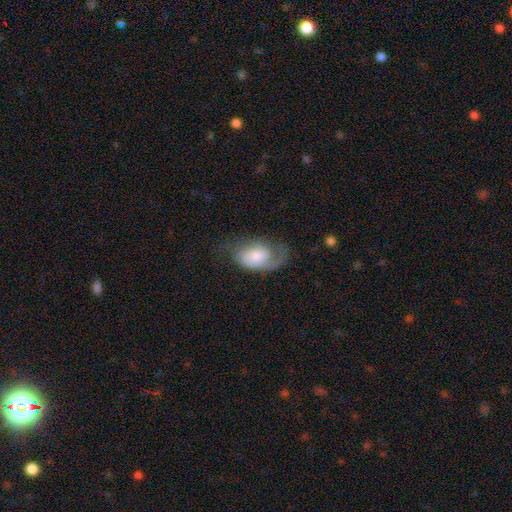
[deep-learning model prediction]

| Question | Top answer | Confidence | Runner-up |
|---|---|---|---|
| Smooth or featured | featured or disk | 51% | smooth (42%) |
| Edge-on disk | no | 95% | yes (5%) |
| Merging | none | 42% | major disturbance (29%) |